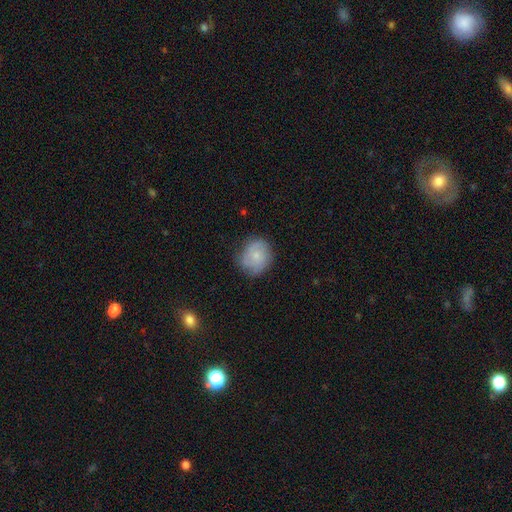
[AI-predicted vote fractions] Smooth or featured?
  - smooth: 57% *
  - featured or disk: 36%
  - star or artifact: 8%
How rounded?
  - round: 75% *
  - in between: 24%
  - cigar-shaped: 1%
Merging?
  - none: 70% *
  - minor disturbance: 23%
  - major disturbance: 6%
  - merger: 1%